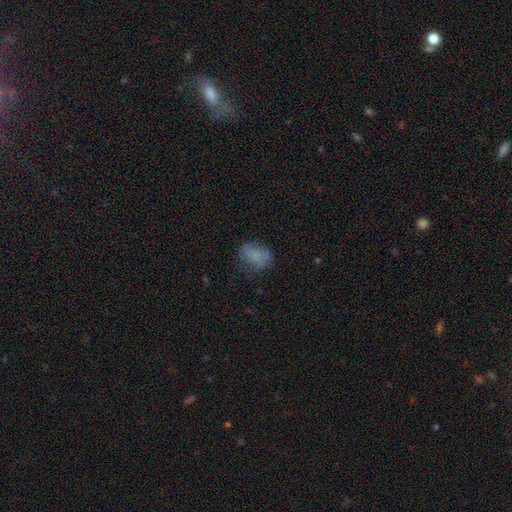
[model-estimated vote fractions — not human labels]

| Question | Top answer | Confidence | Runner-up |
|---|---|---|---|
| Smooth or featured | smooth | 73% | featured or disk (15%) |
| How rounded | in between | 75% | round (23%) |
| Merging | none | 57% | minor disturbance (26%) |